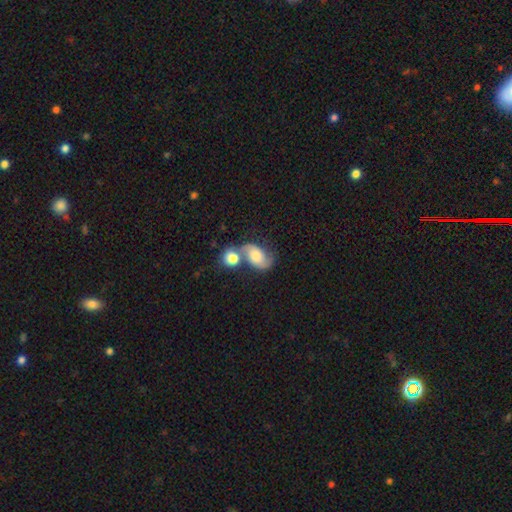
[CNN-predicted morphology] Overall: featured or disk (59%; smooth 33%). Edge-on disk: no (97%). Bar: no (67%; weak 27%). Spiral arms: yes (88%). Spiral arm count: 2 (89%). Spiral winding: loose (49%; medium 39%). Bulge size: moderate (51%; small 21%). Merging: merger (50%; none 31%).